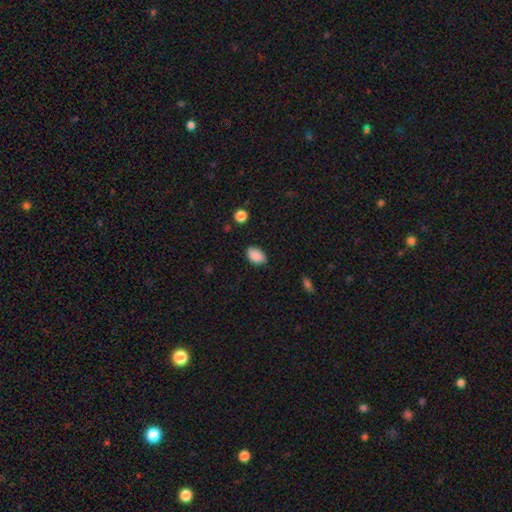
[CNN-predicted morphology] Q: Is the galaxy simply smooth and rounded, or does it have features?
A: smooth — 88%.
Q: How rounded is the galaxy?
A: in between — 89%.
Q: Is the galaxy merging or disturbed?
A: none — 80%.